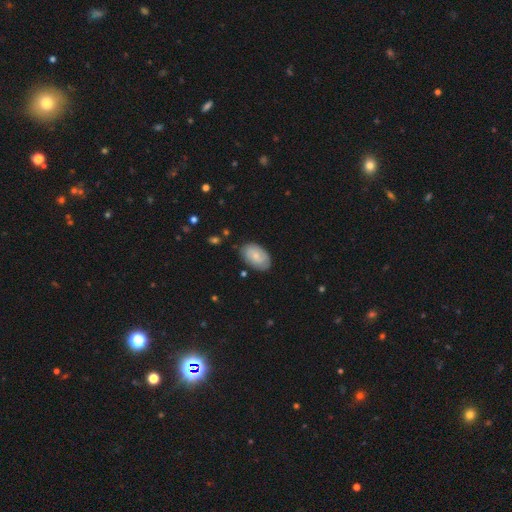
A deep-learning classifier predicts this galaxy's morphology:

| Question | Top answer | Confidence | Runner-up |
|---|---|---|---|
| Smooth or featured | smooth | 59% | featured or disk (34%) |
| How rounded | in between | 91% | round (7%) |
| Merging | none | 81% | minor disturbance (15%) |